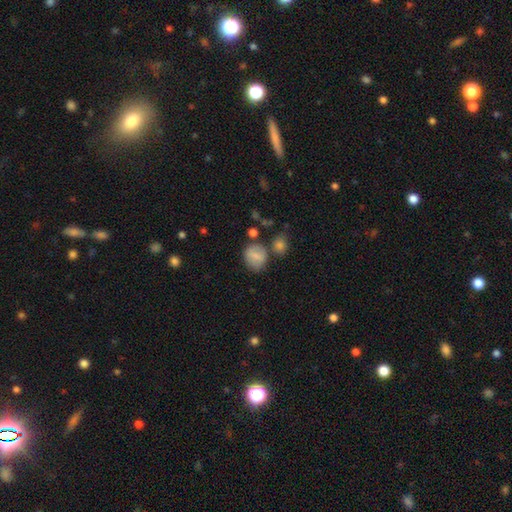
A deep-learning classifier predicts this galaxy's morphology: A smooth galaxy with no disk features (72%) that is round (62%). Merging: none (63%).